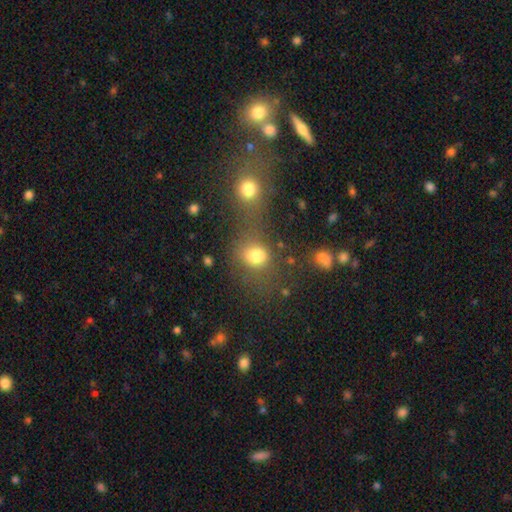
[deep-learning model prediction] Overall: smooth (76%). How rounded: round (58%; in between 41%). Merging: merger (42%; none 40%).